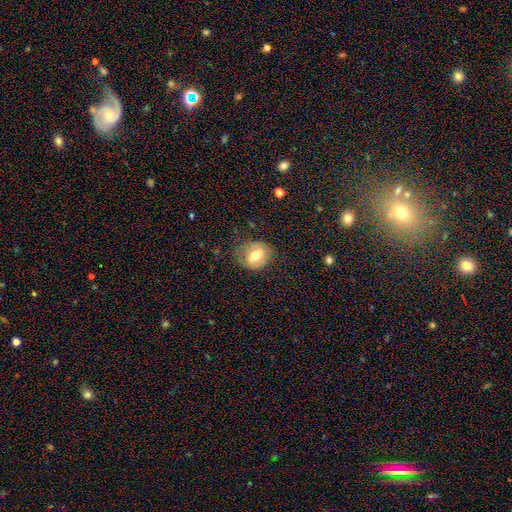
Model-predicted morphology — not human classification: Smooth or featured: smooth — 52% (featured or disk — 40%)
How rounded: round — 60% (in between — 39%)
Merging: none — 70% (minor disturbance — 20%)